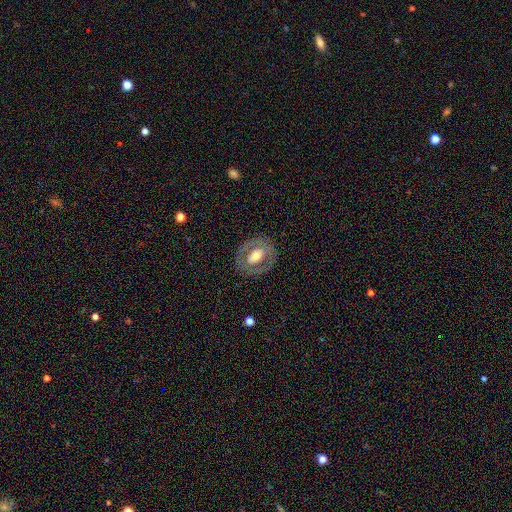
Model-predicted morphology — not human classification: smooth-or-featured: featured or disk: 60% | smooth: 34% | star or artifact: 6%
  disk-edge-on: no: 93% | yes: 7%
    bar: no: 48% | weak: 31% | strong: 21%
    has-spiral-arms: no: 75% | yes: 25%
    bulge-size: moderate: 70% | small: 14% | large: 13% | dominant: 1% | none: 1%
  merging: none: 81% | minor disturbance: 12% | major disturbance: 5% | merger: 1%